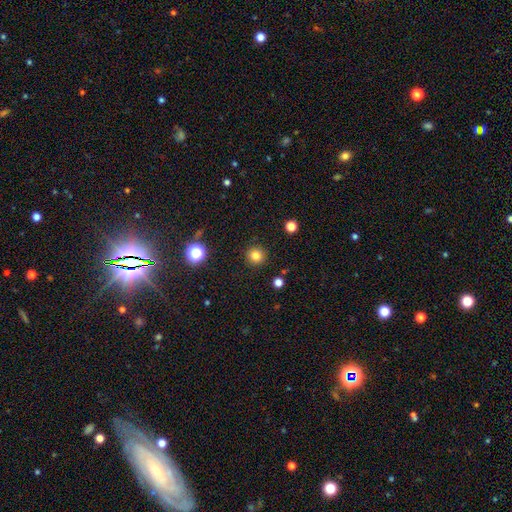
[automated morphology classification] Smooth or featured? Predicted: smooth (p=0.81). How rounded? Predicted: round (p=0.93). Merging? Predicted: none (p=0.91).